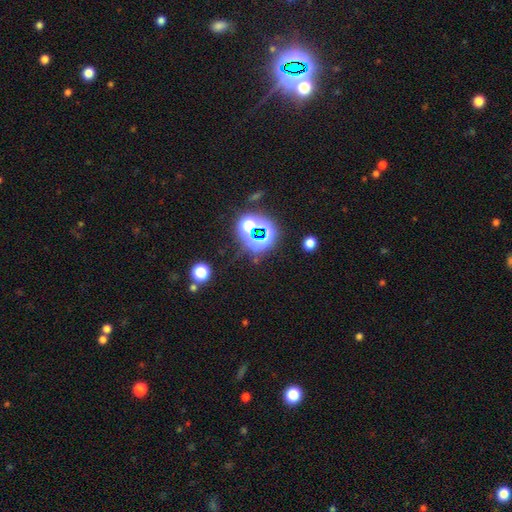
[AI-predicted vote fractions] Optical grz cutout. It shows a star or artifact, not a galaxy (84%).